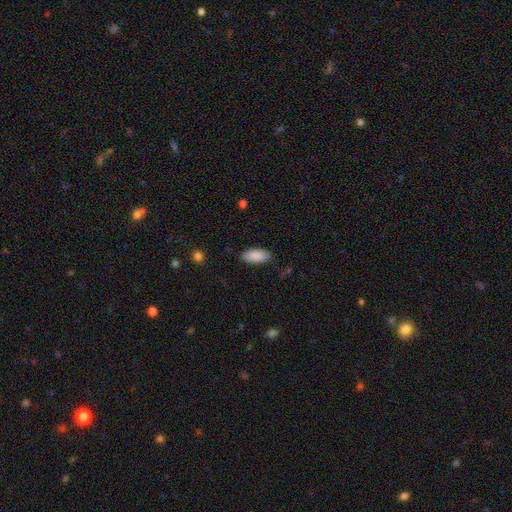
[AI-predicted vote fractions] This appears to be a smooth galaxy with no disk features (89%) that is in between round and cigar-shaped (92%). Merging: none (85%).